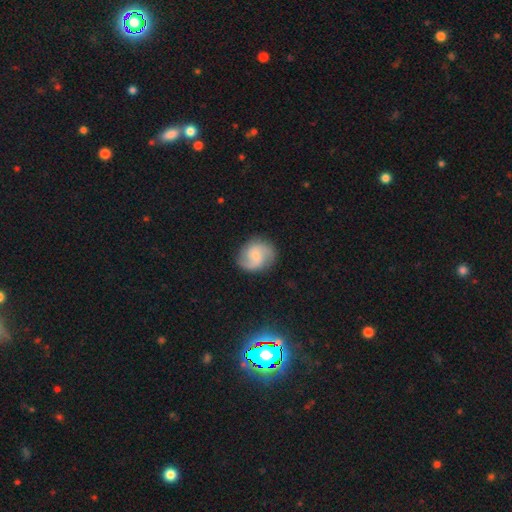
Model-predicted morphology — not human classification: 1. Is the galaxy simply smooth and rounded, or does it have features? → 73% featured or disk, 20% smooth, 6% star or artifact.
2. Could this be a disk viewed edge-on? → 98% no, 2% yes.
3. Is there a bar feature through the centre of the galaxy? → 52% no, 41% weak, 6% strong.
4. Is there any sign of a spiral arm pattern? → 96% yes, 4% no.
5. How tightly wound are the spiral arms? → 51% medium, 29% loose, 21% tight.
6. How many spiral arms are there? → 87% 2, 5% can't tell, 3% 3, 2% 1, 1% 4, 1% more than 4.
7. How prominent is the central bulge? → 59% small, 27% moderate, 10% none, 2% large, 1% dominant.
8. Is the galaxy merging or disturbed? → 82% none, 12% minor disturbance, 4% major disturbance, 1% merger.